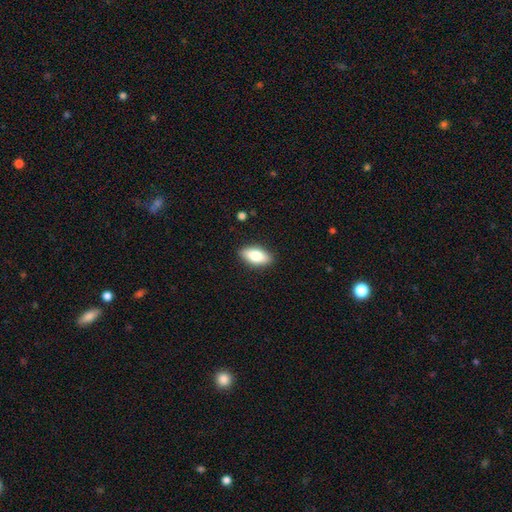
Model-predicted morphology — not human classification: Overall: smooth (80%). How rounded: in between (88%). Merging: none (88%).